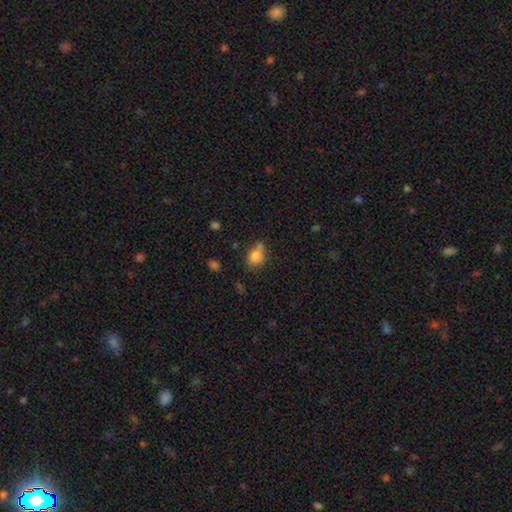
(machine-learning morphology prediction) This appears to be a smooth galaxy with no disk features (76%) that is in between round and cigar-shaped (75%). Merging: none (55%).